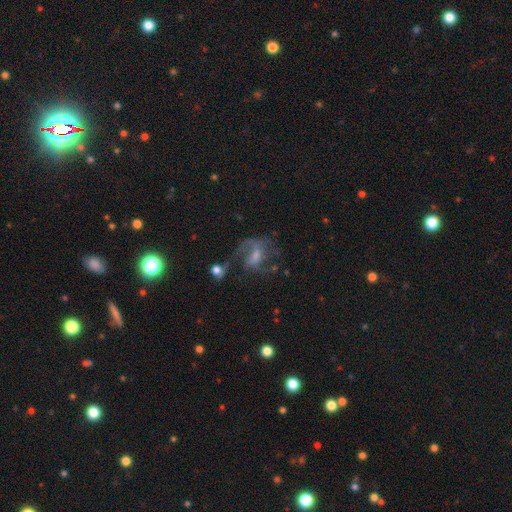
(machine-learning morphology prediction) Smooth or featured: featured or disk — 69% (smooth — 17%)
Edge-on disk: no — 96% (yes — 4%)
Bar: weak — 49% (no — 34%)
Spiral arms: yes — 82% (no — 18%)
Spiral winding: medium — 43% (tied with loose — 43%)
Spiral arm count: 2 — 43% (1 — 27%)
Bulge size: moderate — 38% (small — 37%)
Merging: none — 40% (major disturbance — 35%)